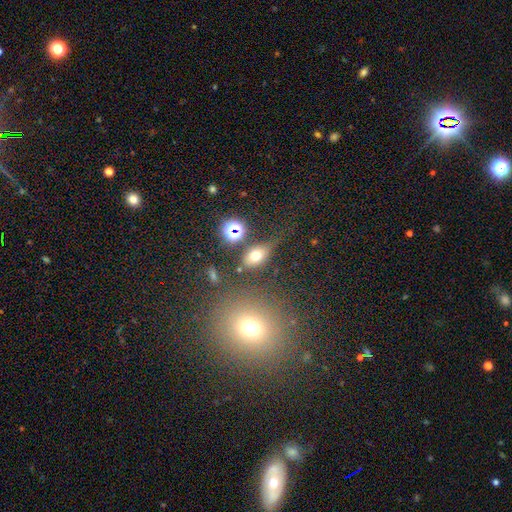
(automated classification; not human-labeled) Q: Smooth or featured?
A: smooth (65%); runner-up: star or artifact (19%)
Q: How rounded?
A: in between (76%); runner-up: round (20%)
Q: Merging?
A: none (67%); runner-up: minor disturbance (18%)